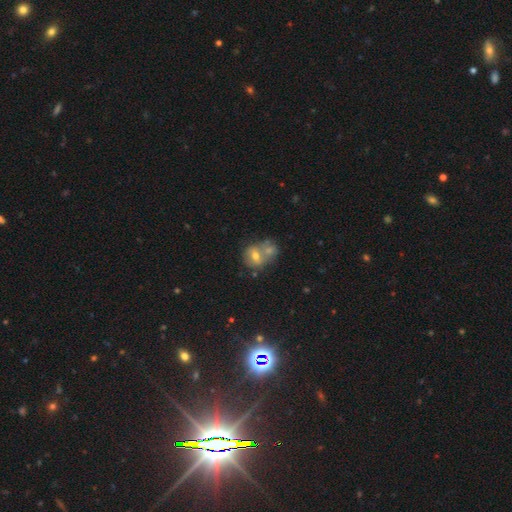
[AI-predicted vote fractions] Morphology: type=smooth (64%); roundness=round (59%); merging=merger (60%).